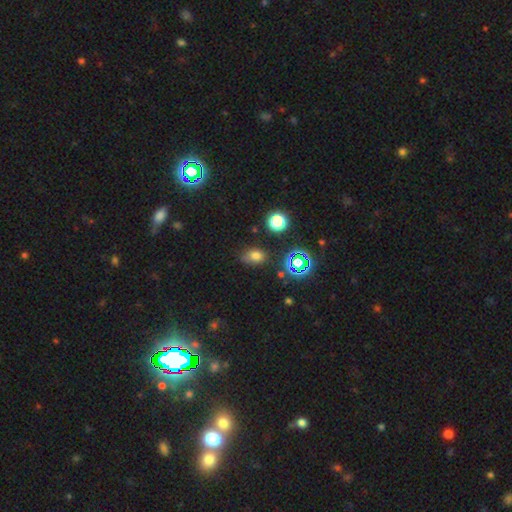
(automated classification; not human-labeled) smooth 66%, star or artifact 26%, featured or disk 8%. Down the decision tree: how rounded — in between (72%); merging — none (74%).